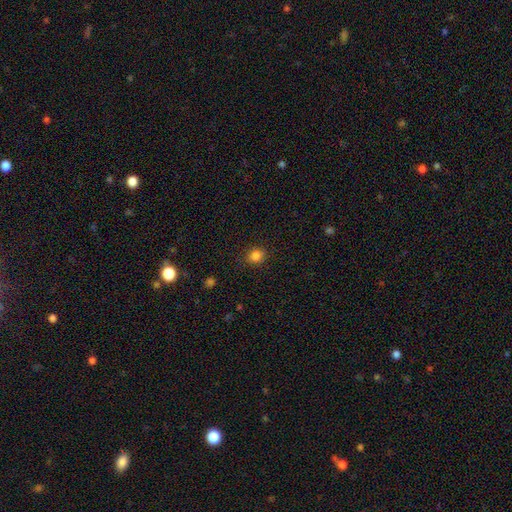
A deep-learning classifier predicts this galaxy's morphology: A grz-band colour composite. It shows a smooth galaxy with no disk features (83%) that is round (72%). Merging: none (87%).